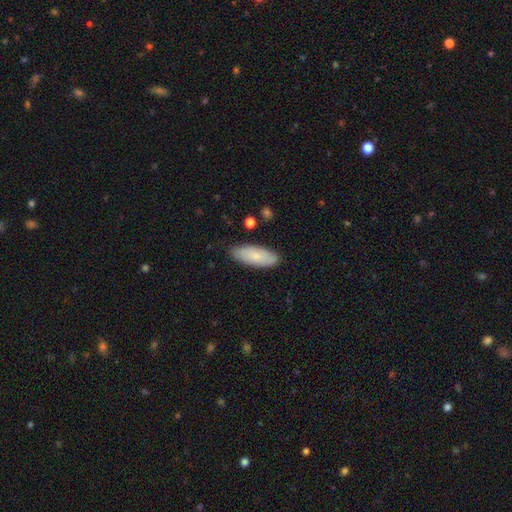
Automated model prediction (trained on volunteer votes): Overall: smooth (79%). How rounded: in between (78%). Merging: none (84%).